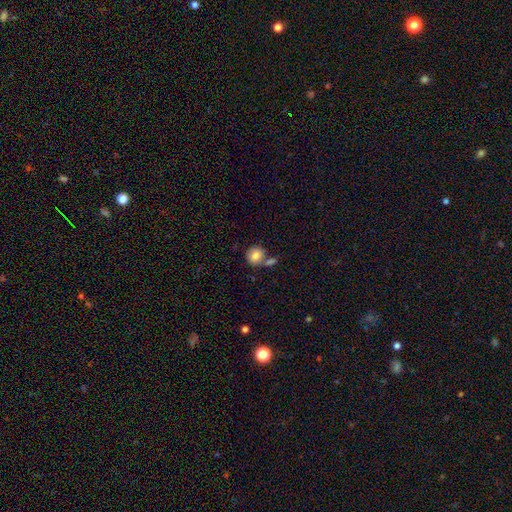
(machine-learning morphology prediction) smooth 82%, featured or disk 10%, star or artifact 8%. Down the decision tree: how rounded — round (83%); merging — none (57%).